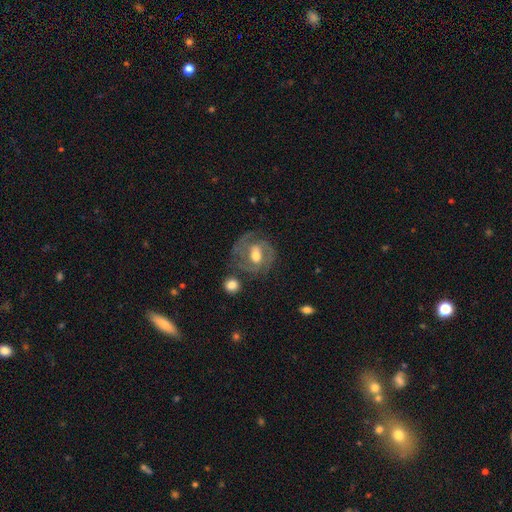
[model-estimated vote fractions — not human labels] The model was most divided on "spiral winding": medium: 45%, tight: 43%, loose: 12%. Remaining: edge-on disk — no (97%); spiral arms — yes (87%); smooth or featured — featured or disk (77%); bulge size — moderate (68%); spiral arm count — 2 (65%); merging — none (63%); bar — weak (48%).